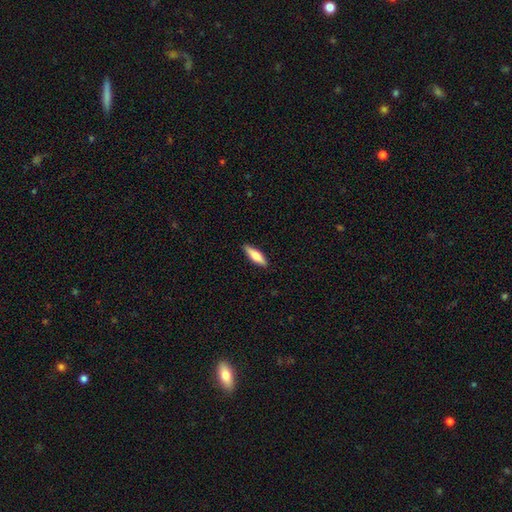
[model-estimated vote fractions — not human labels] Q: Smooth or featured?
A: smooth (65%); runner-up: featured or disk (30%)
Q: How rounded?
A: cigar-shaped (62%); runner-up: in between (36%)
Q: Merging?
A: none (90%); runner-up: minor disturbance (8%)